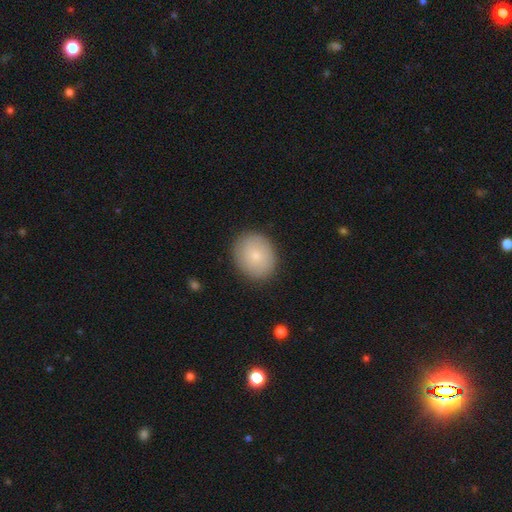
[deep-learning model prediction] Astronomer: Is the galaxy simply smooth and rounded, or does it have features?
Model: smooth — 73%.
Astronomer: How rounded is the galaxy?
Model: round — 66%.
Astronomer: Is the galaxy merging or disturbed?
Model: none — 86%.